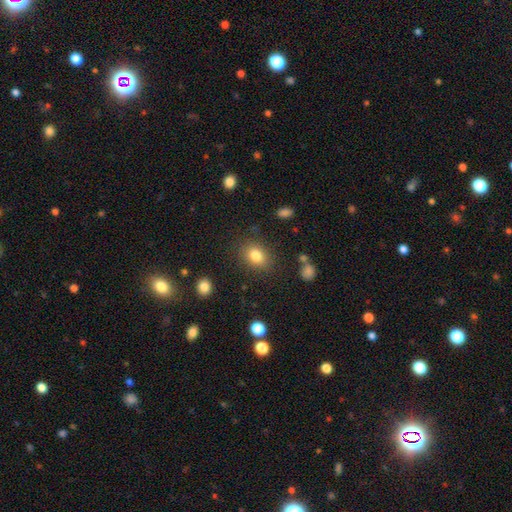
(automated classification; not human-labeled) Smooth or featured? smooth (81%)
How rounded? in between (59%)
Merging? none (83%)